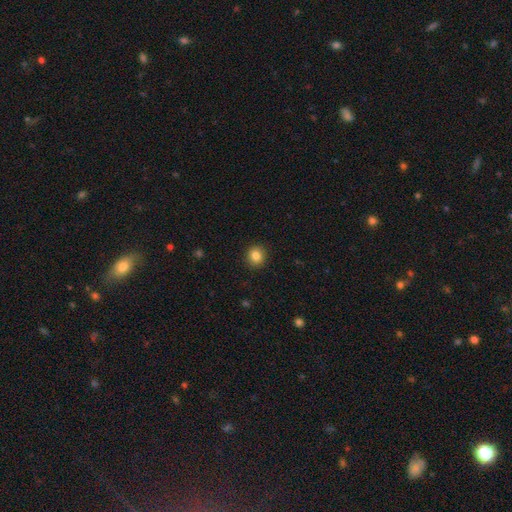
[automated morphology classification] Smooth or featured? smooth (85%)
How rounded? round (86%)
Merging? none (92%)